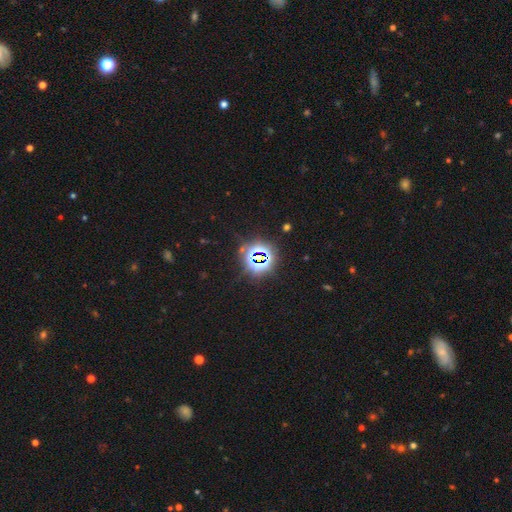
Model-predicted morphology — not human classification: Smooth or featured? Predicted: star or artifact (p=0.80).